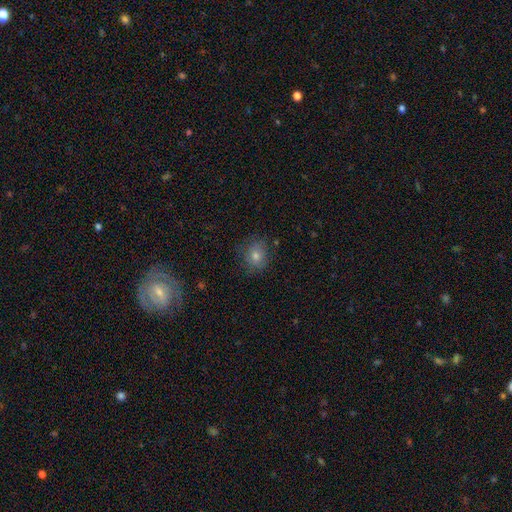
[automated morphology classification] A smooth galaxy with no disk features (64%) that is round (68%).

Vote fractions:
- Smooth or featured? smooth: 64% / featured or disk: 19% / star or artifact: 17%
- How rounded? round: 68% / in between: 30% / cigar-shaped: 1%
- Merging? none: 80% / minor disturbance: 14% / major disturbance: 5% / merger: 2%